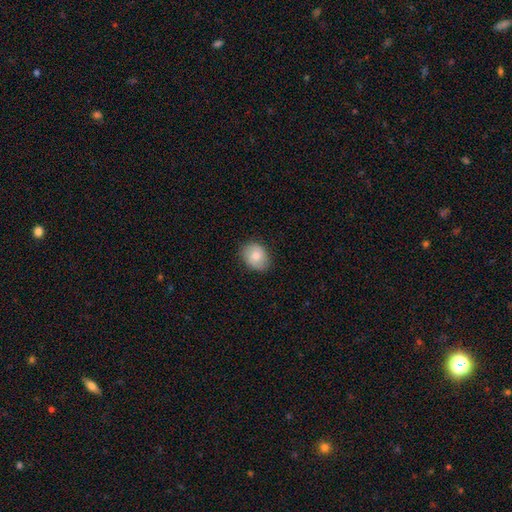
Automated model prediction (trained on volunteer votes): Q: Smooth or featured?
A: smooth (78%); runner-up: featured or disk (15%)
Q: How rounded?
A: in between (57%); runner-up: round (42%)
Q: Merging?
A: none (84%); runner-up: minor disturbance (13%)